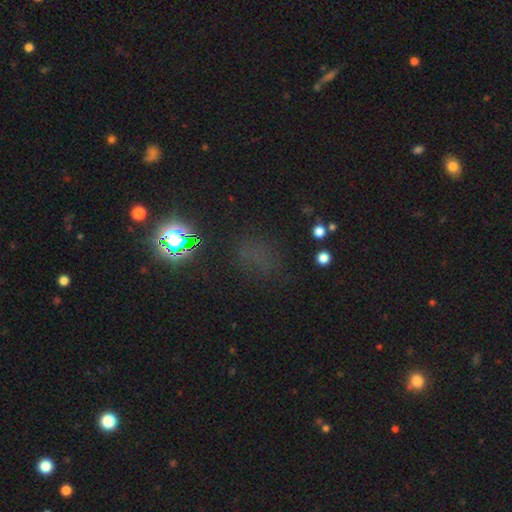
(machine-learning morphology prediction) This appears to be a star or artifact, not a galaxy (54%).